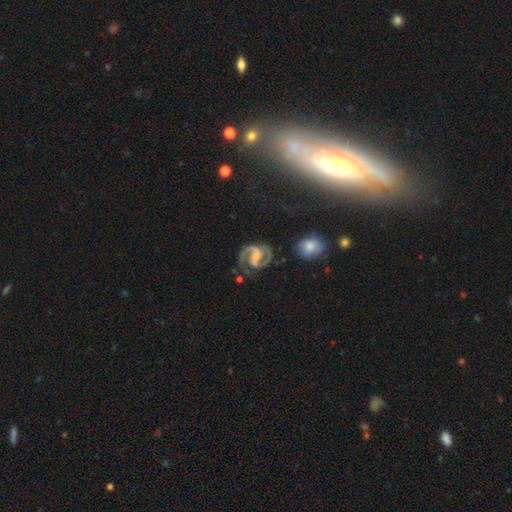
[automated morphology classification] This is clearly a featured or disk galaxy (91%). It is clearly not viewed edge-on (98%). Bar: possibly weak (45%). Spiral arm pattern: clearly yes (98%). Spiral arm count: clearly 2 (93%). Spiral winding: likely medium (61%). Central bulge: marginally small (43%). Merging: likely none (68%).